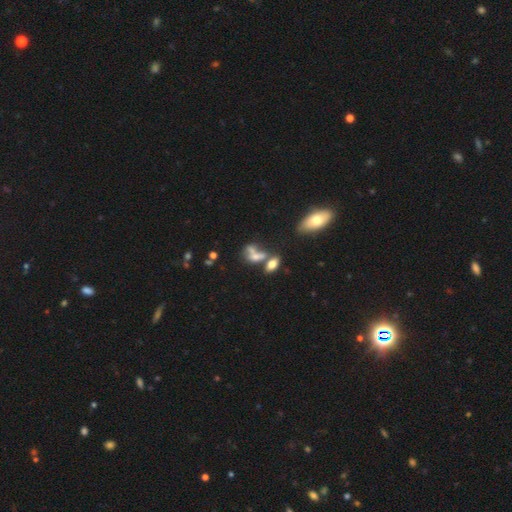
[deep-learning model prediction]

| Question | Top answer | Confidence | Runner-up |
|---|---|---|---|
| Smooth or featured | smooth | 56% | featured or disk (27%) |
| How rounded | in between | 68% | round (17%) |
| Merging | merger | 47% | none (31%) |